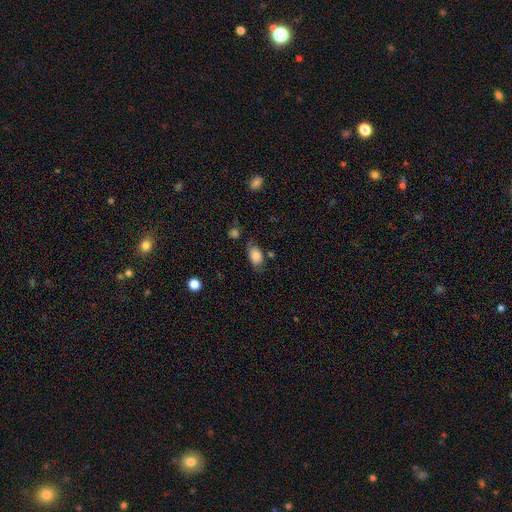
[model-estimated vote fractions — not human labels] Smooth or featured? smooth (80%)
How rounded? in between (87%)
Merging? none (60%)